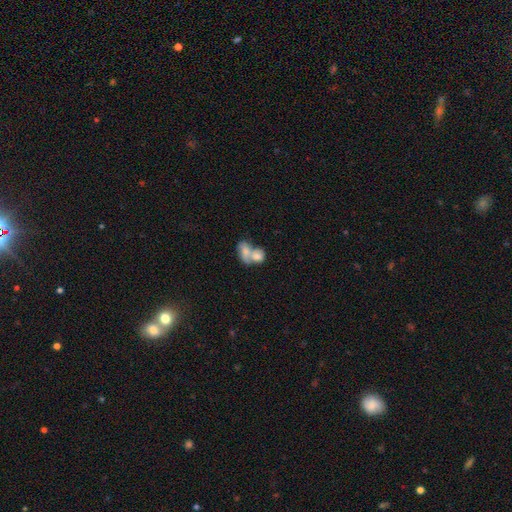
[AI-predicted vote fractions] smooth_or_featured: smooth (p=0.61) [alt: featured or disk p=0.29]
how_rounded: in between (p=0.69) [alt: round p=0.29]
merging: merger (p=0.74) [alt: none p=0.14]